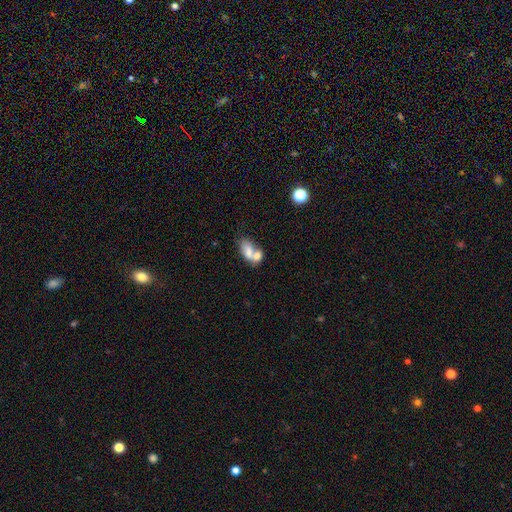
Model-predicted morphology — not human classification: Smooth or featured? Predicted: smooth (p=0.70). How rounded? Predicted: in between (p=0.83). Merging? Predicted: merger (p=0.67).